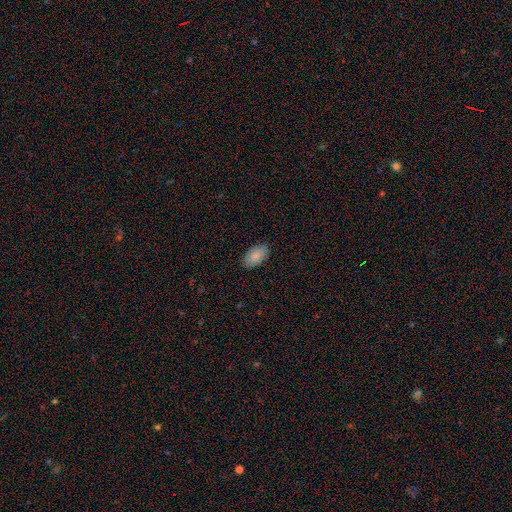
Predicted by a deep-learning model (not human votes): Morphology: type=smooth (87%); roundness=in between (95%); merging=none (87%).